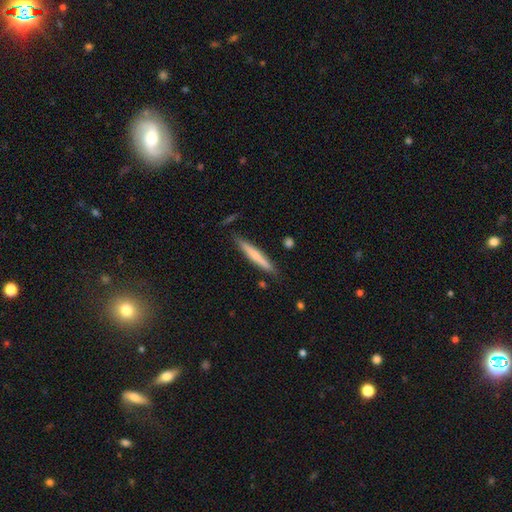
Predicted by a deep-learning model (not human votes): smooth 61%, featured or disk 33%, star or artifact 5%. Down the decision tree: how rounded — cigar-shaped (95%); merging — none (85%).